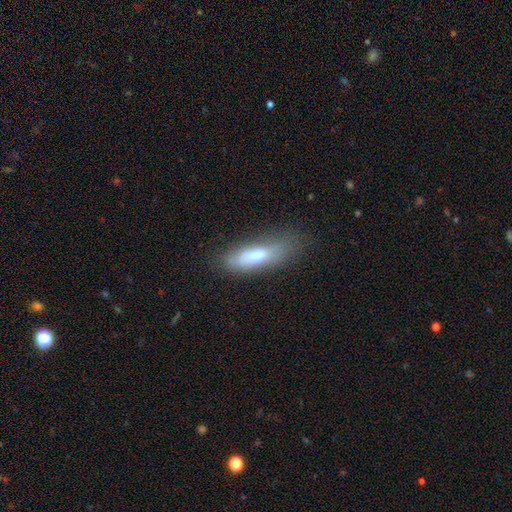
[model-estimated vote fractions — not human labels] This appears to be a smooth galaxy with no disk features (69%) that is cigar-shaped (51%). Merging: none (56%).